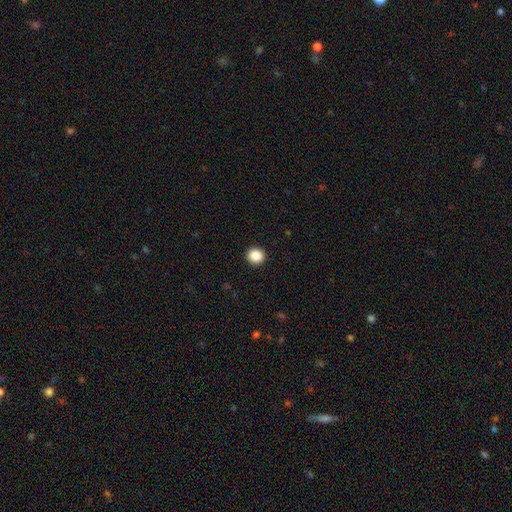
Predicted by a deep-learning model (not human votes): This is clearly a smooth galaxy (87%). How rounded: clearly round (93%). Merging: clearly none (93%).